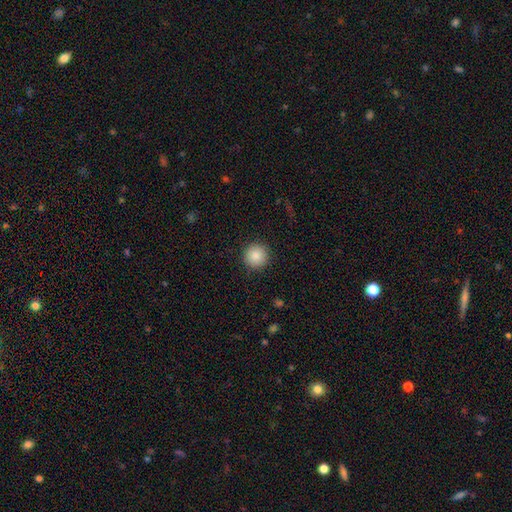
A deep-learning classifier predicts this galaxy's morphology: Overall: smooth (88%). How rounded: round (96%). Merging: none (91%).